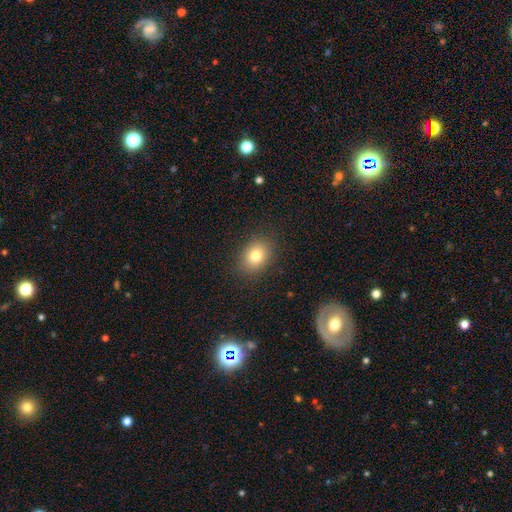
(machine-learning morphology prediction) smooth_or_featured: smooth (p=0.79) [alt: star or artifact p=0.11]
how_rounded: in between (p=0.55) [alt: round p=0.44]
merging: none (p=0.88) [alt: minor disturbance p=0.08]